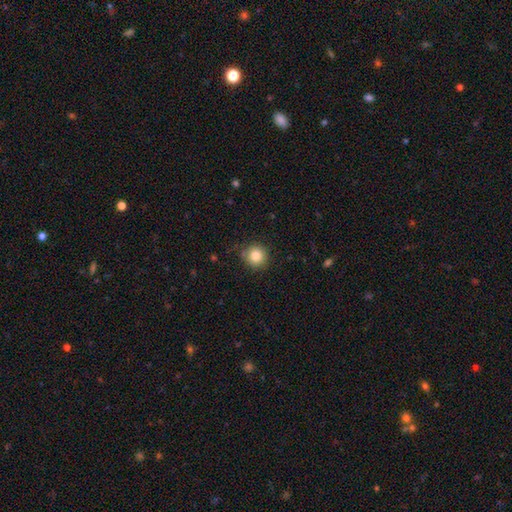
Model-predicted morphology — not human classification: Smooth or featured? smooth (84%)
How rounded? round (94%)
Merging? none (86%)